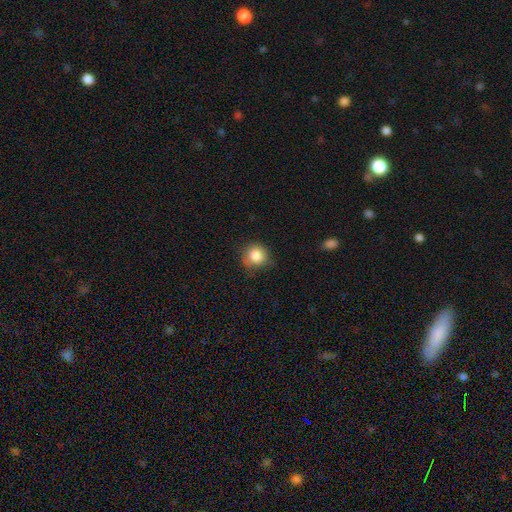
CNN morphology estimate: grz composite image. It shows a smooth galaxy with no disk features (85%) that is round (85%). Merging: none (69%).